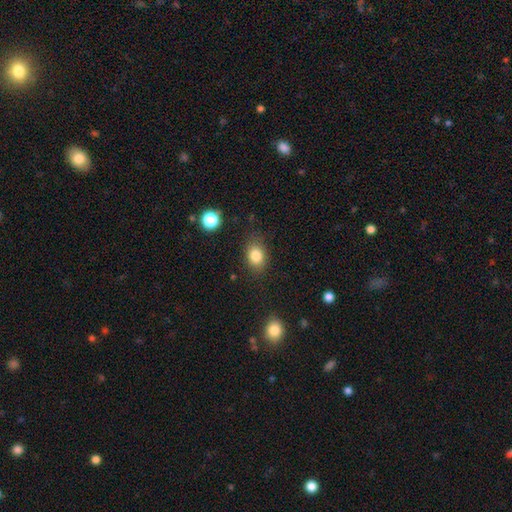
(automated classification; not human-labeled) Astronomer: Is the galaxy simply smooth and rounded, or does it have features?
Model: smooth — 83%.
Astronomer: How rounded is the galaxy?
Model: in between — 68%.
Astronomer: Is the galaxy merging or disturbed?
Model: none — 80%.